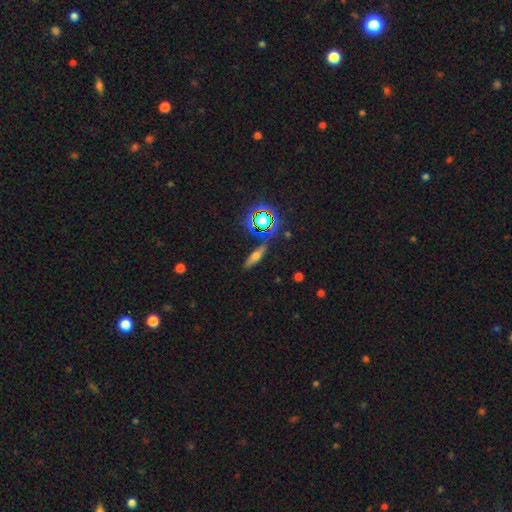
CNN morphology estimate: smooth-or-featured: smooth: 47% | featured or disk: 33% | star or artifact: 20%
  merging: none: 79% | minor disturbance: 13% | merger: 4% | major disturbance: 4%